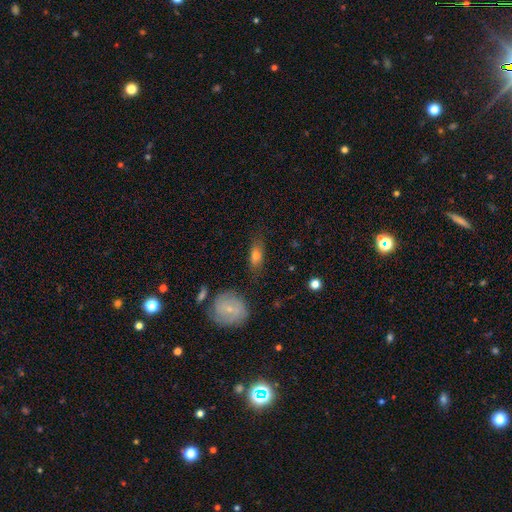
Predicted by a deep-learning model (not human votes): This appears to be a smooth galaxy with no disk features (71%) that is in between round and cigar-shaped (72%). Merging: none (73%).